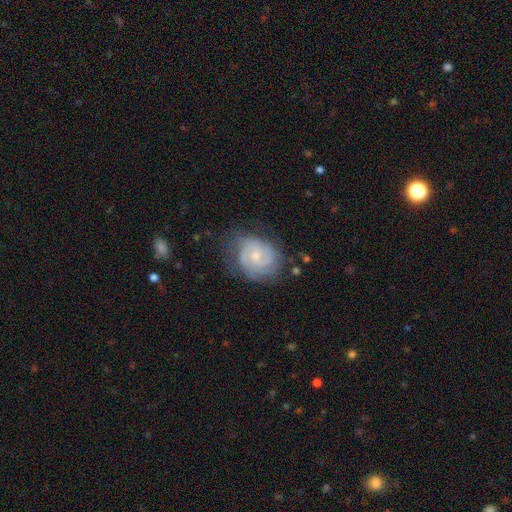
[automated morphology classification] smooth-or-featured: featured or disk: 80% | smooth: 13% | star or artifact: 7%
  disk-edge-on: no: 98% | yes: 2%
    bar: no: 65% | weak: 30% | strong: 5%
    has-spiral-arms: yes: 96% | no: 4%
      spiral-winding: tight: 64% | medium: 30% | loose: 6%
      spiral-arm-count: 2: 38% | can't tell: 24% | 3: 23% | 4: 7% | 1: 5% | more than 4: 4%
    bulge-size: small: 68% | moderate: 27% | none: 3% | large: 1% | dominant: 1%
  merging: none: 71% | minor disturbance: 20% | major disturbance: 7% | merger: 1%